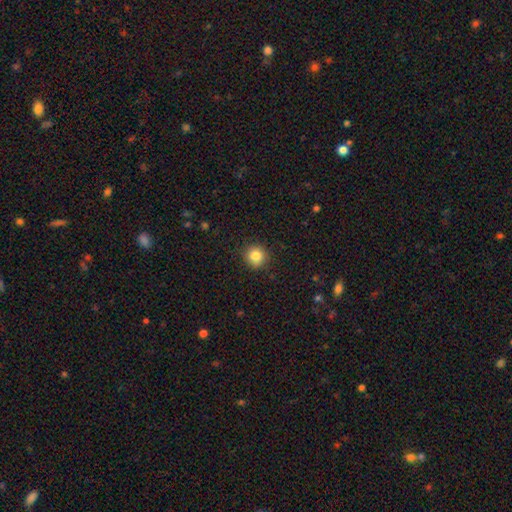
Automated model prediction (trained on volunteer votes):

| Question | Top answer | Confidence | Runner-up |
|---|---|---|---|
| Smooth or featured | smooth | 83% | star or artifact (11%) |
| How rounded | round | 92% | in between (7%) |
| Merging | none | 89% | minor disturbance (8%) |